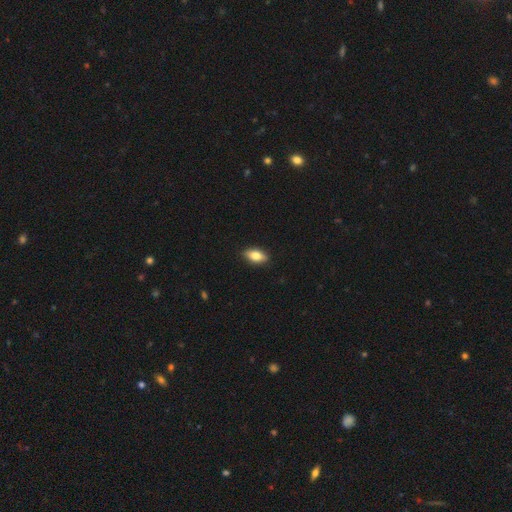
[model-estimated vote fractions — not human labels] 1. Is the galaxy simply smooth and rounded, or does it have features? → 75% smooth, 18% featured or disk, 7% star or artifact.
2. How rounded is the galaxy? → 87% in between, 8% cigar-shaped, 5% round.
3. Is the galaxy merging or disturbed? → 89% none, 8% minor disturbance, 2% major disturbance, 1% merger.